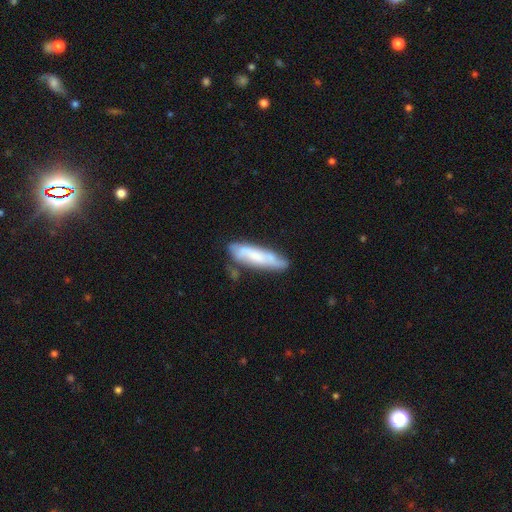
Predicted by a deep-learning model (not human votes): This appears to be a smooth galaxy with no disk features (50%) that is cigar-shaped (72%). Merging: none (63%).